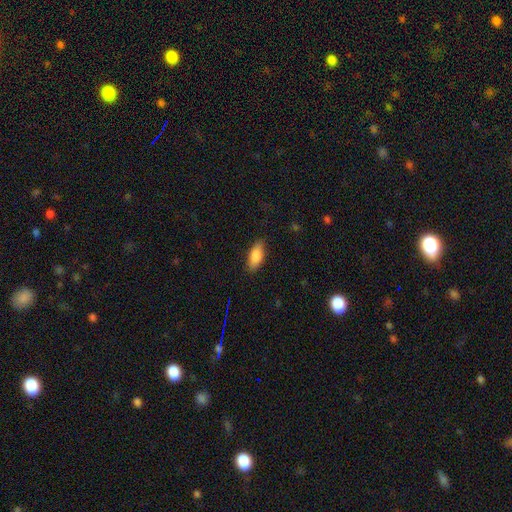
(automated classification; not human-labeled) This appears to be a smooth galaxy with no disk features (85%) that is in between round and cigar-shaped (84%). Merging: none (83%).